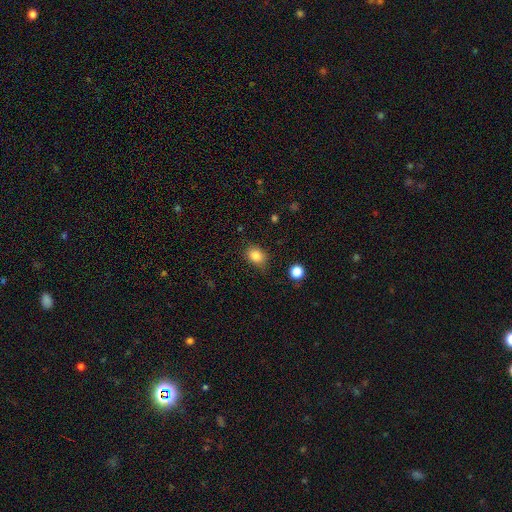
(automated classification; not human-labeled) This is clearly a smooth galaxy (84%). How rounded: possibly in between (58%). Merging: likely none (76%).